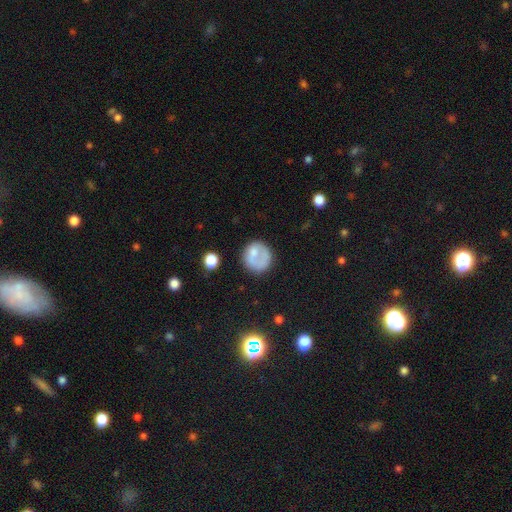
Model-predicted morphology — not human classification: smooth 66%, featured or disk 25%, star or artifact 9%. Down the decision tree: how rounded — round (85%); merging — none (60%).